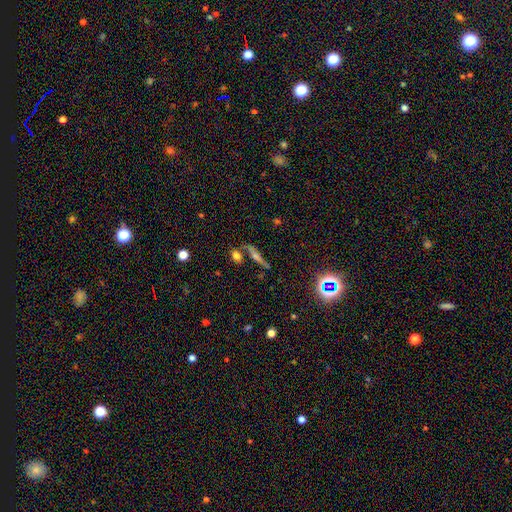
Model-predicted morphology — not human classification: Smooth or featured: featured or disk — 54% (smooth — 26%)
Edge-on disk: yes — 86% (no — 14%)
Merging: none — 67% (merger — 16%)